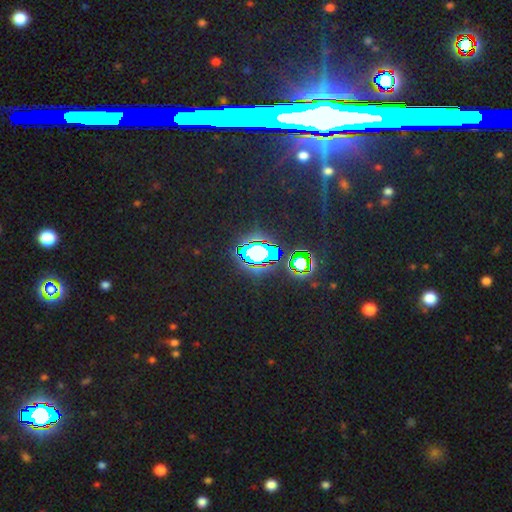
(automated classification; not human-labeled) A star or artifact, not a galaxy (79%).

Vote fractions:
- Smooth or featured? star or artifact: 79% / smooth: 11% / featured or disk: 10%